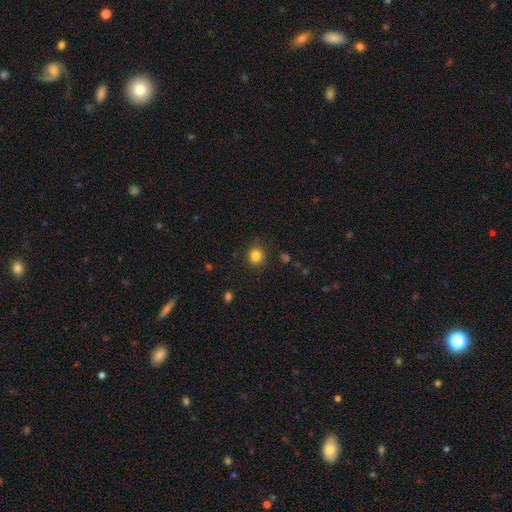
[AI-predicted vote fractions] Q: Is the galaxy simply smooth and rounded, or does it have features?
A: smooth — 84%.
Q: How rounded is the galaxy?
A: round — 87%.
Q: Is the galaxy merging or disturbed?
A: none — 88%.